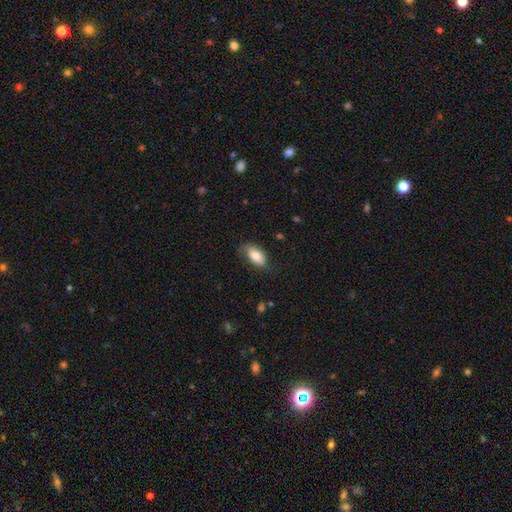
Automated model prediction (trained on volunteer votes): smooth-or-featured: smooth: 78% | featured or disk: 16% | star or artifact: 6%
  how-rounded: in between: 92% | cigar-shaped: 4% | round: 4%
  merging: none: 66% | minor disturbance: 25% | major disturbance: 8% | merger: 1%